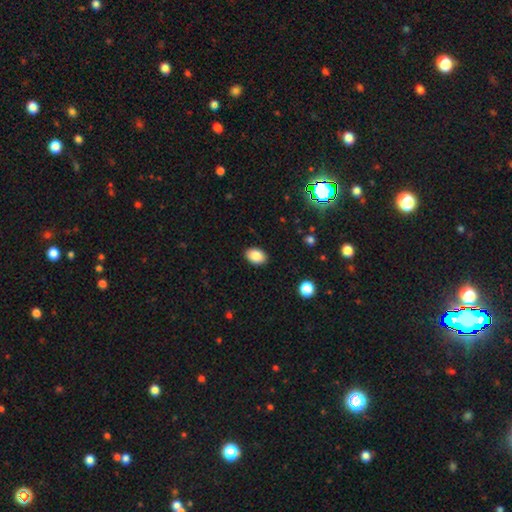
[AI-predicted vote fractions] This appears to be a smooth galaxy with no disk features (87%) that is in between round and cigar-shaped (83%). Merging: none (89%).